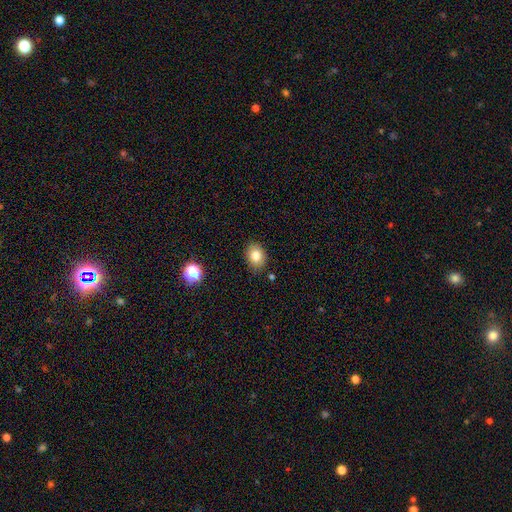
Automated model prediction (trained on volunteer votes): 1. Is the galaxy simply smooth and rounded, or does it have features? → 80% smooth, 11% star or artifact, 9% featured or disk.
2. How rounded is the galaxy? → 57% in between, 42% round, 1% cigar-shaped.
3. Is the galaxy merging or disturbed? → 83% none, 13% minor disturbance, 2% major disturbance, 2% merger.